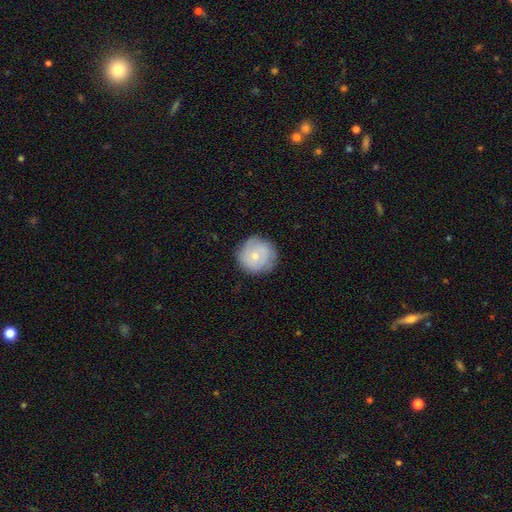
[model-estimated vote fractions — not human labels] This appears to be a smooth galaxy with no disk features (65%) that is round (94%). Merging: none (80%).